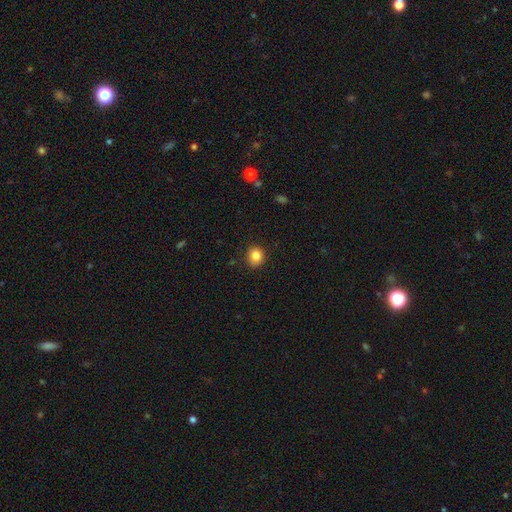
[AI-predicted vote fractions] Morphology: type=smooth (84%); roundness=round (80%); merging=none (87%).